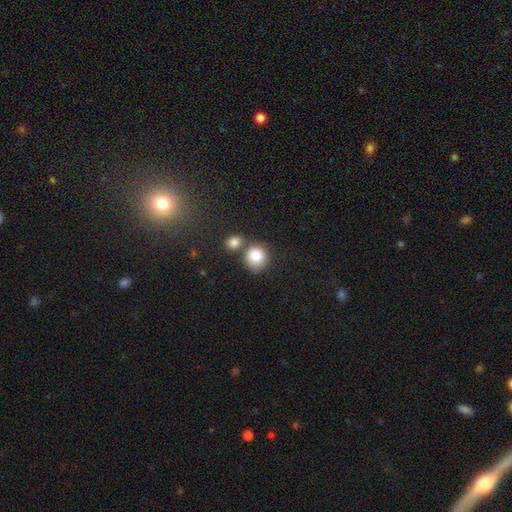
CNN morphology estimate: This appears to be a smooth galaxy with no disk features (84%) that is round (85%). Merging: none (55%).